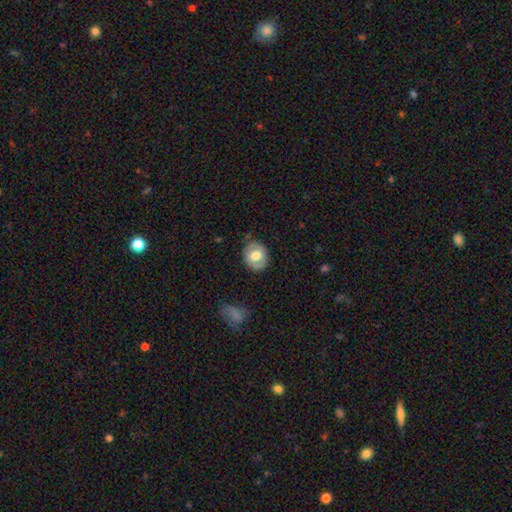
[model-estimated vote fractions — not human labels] Smooth or featured?
  - smooth: 59% *
  - featured or disk: 34%
  - star or artifact: 7%
How rounded?
  - round: 63% *
  - in between: 36%
  - cigar-shaped: 1%
Merging?
  - none: 80% *
  - minor disturbance: 15%
  - major disturbance: 4%
  - merger: 1%